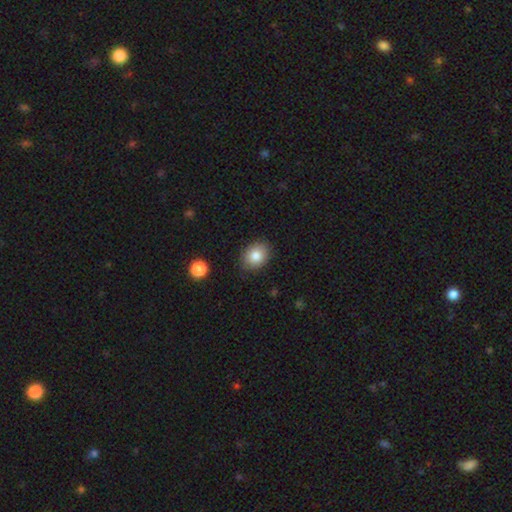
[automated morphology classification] smooth 83%, star or artifact 9%, featured or disk 8%. Down the decision tree: how rounded — in between (59%); merging — none (85%).